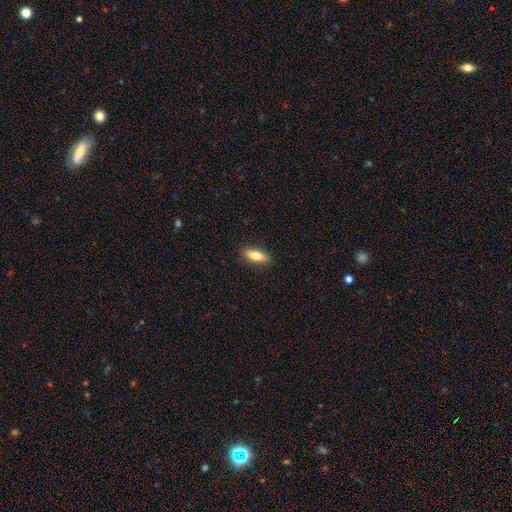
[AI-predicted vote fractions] A smooth galaxy with no disk features (72%) that is in between round and cigar-shaped (56%). Merging: none (87%).